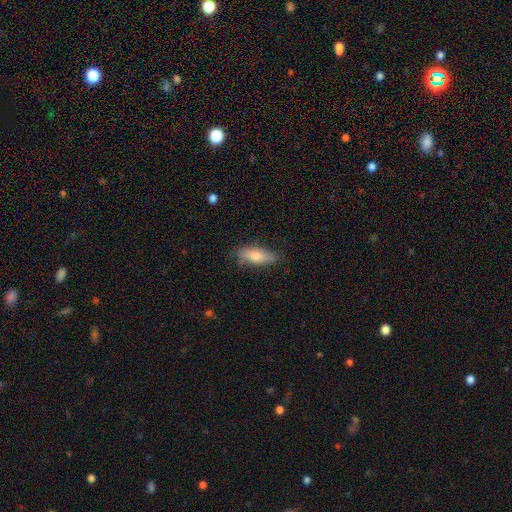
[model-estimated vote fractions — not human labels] The model was most divided on "how rounded": in between: 54%, cigar-shaped: 44%, round: 3%. More confident: merging — none (80%); smooth or featured — smooth (65%).